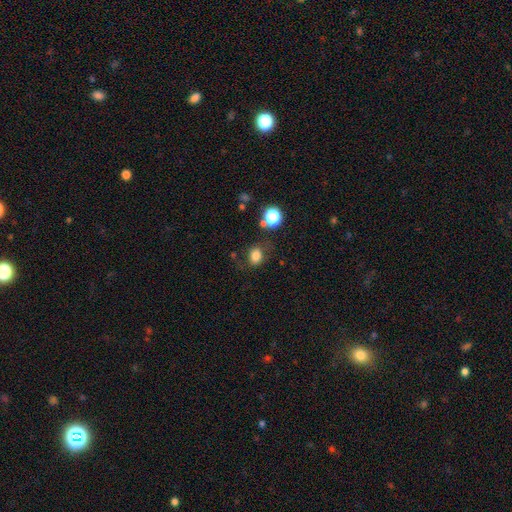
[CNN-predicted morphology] Q: Smooth or featured?
A: smooth (79%); runner-up: star or artifact (14%)
Q: How rounded?
A: in between (51%); runner-up: round (48%)
Q: Merging?
A: none (69%); runner-up: minor disturbance (18%)